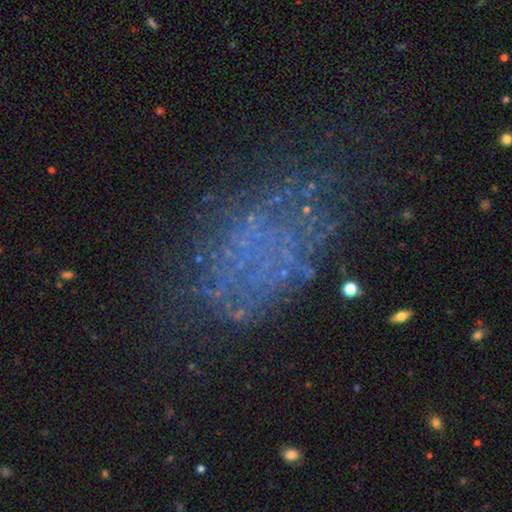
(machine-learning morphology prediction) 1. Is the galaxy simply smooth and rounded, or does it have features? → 40% featured or disk, 33% smooth, 27% star or artifact.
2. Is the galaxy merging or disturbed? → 56% none, 21% major disturbance, 19% minor disturbance, 3% merger.